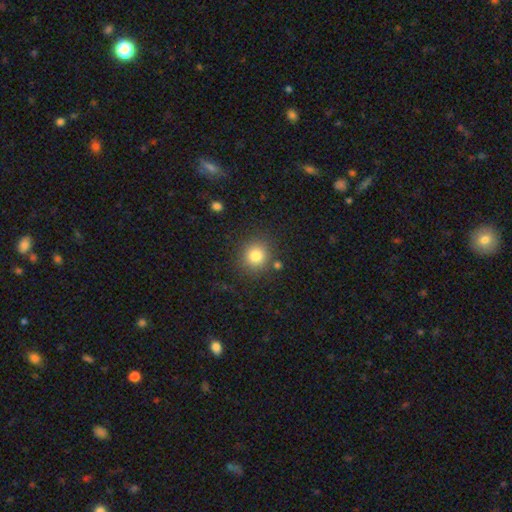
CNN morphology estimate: smooth-or-featured: smooth: 82% | star or artifact: 12% | featured or disk: 7%
  how-rounded: round: 89% | in between: 10% | cigar-shaped: 1%
  merging: none: 84% | minor disturbance: 9% | merger: 4% | major disturbance: 3%